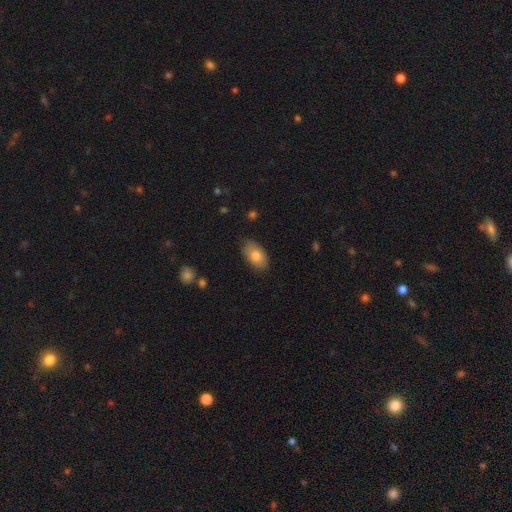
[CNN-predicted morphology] Overall: smooth (80%). How rounded: in between (93%). Merging: none (83%).